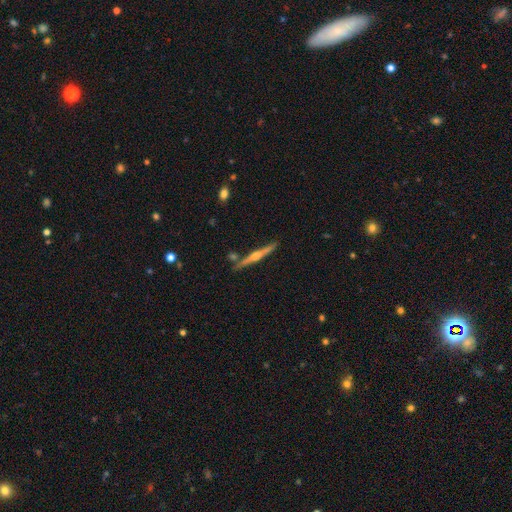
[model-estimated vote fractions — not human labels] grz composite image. It shows a featured or disk galaxy (73%) viewed edge-on (98%) with a rounded central bulge (87%). Merging: none (85%).